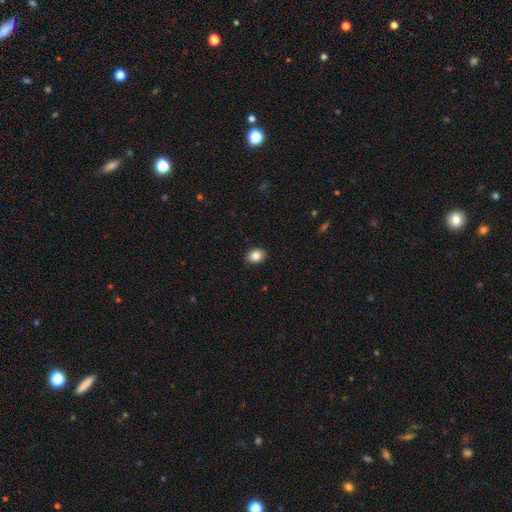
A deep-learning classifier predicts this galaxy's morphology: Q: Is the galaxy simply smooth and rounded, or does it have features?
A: smooth — 85%.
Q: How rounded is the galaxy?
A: in between — 53%.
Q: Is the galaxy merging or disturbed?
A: none — 88%.